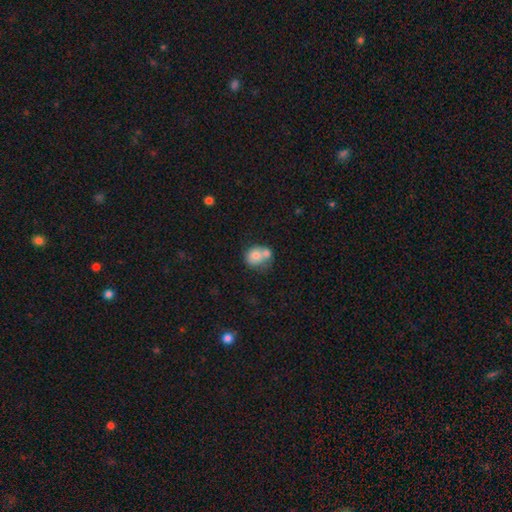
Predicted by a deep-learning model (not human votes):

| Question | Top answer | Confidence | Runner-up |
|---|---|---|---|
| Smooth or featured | smooth | 69% | featured or disk (22%) |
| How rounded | round | 69% | in between (30%) |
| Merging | merger | 53% | none (31%) |